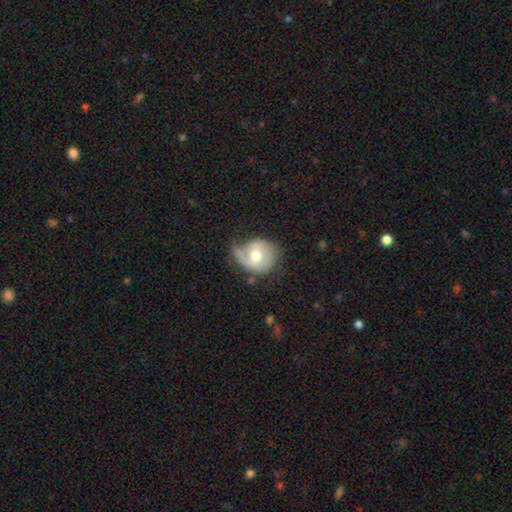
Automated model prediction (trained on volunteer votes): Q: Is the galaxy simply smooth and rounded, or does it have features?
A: featured or disk — 59%.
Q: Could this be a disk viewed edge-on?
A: no — 97%.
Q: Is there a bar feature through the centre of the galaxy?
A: no — 67%.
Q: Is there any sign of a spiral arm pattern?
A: yes — 76%.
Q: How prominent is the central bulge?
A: moderate — 70%.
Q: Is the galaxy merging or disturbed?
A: none — 41%.